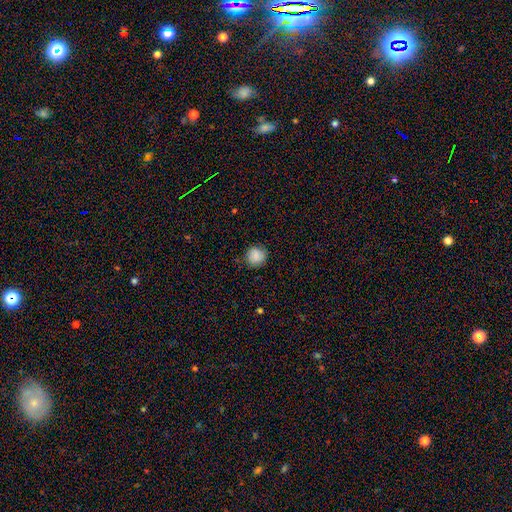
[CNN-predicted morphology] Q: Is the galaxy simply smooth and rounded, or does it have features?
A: smooth — 85%.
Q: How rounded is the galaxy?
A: round — 90%.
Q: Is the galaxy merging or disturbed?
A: none — 83%.